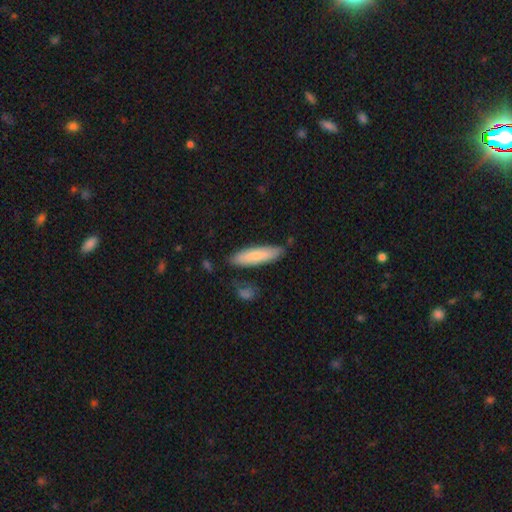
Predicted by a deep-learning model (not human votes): Smooth or featured?
  - smooth: 81% *
  - featured or disk: 14%
  - star or artifact: 5%
How rounded?
  - cigar-shaped: 69% *
  - in between: 30%
  - round: 1%
Merging?
  - none: 78% *
  - minor disturbance: 15%
  - merger: 3%
  - major disturbance: 3%